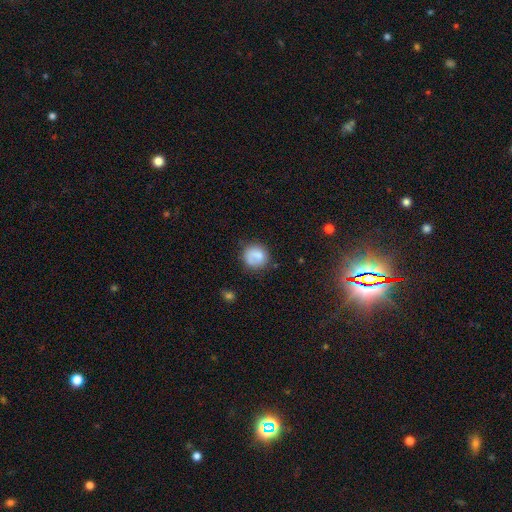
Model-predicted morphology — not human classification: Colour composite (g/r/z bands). It shows a smooth galaxy with no disk features (77%) that is round (86%). Merging: none (68%).